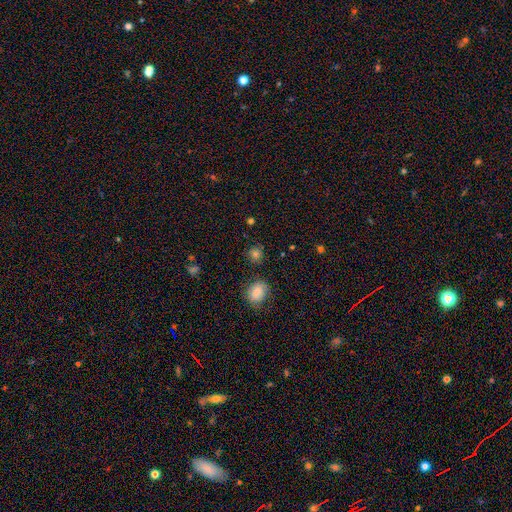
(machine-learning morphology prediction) smooth 72%, star or artifact 19%, featured or disk 9%. Down the decision tree: how rounded — round (81%); merging — none (82%).